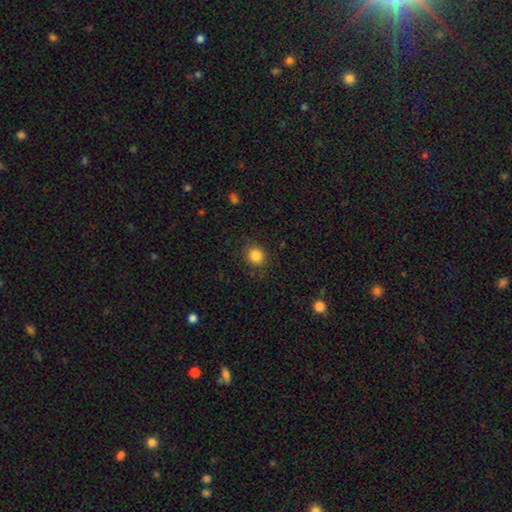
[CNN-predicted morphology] Smooth or featured?
  - smooth: 84% *
  - star or artifact: 11%
  - featured or disk: 5%
How rounded?
  - round: 86% *
  - in between: 13%
  - cigar-shaped: 1%
Merging?
  - none: 85% *
  - minor disturbance: 11%
  - major disturbance: 3%
  - merger: 1%